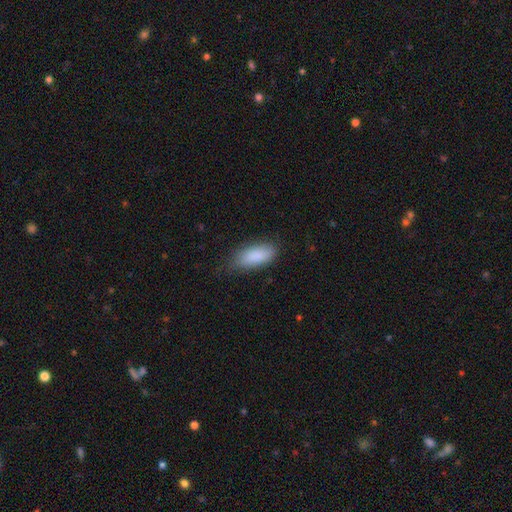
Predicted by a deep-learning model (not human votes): This appears to be a smooth galaxy with no disk features (87%) that is in between round and cigar-shaped (85%). Merging: none (67%).